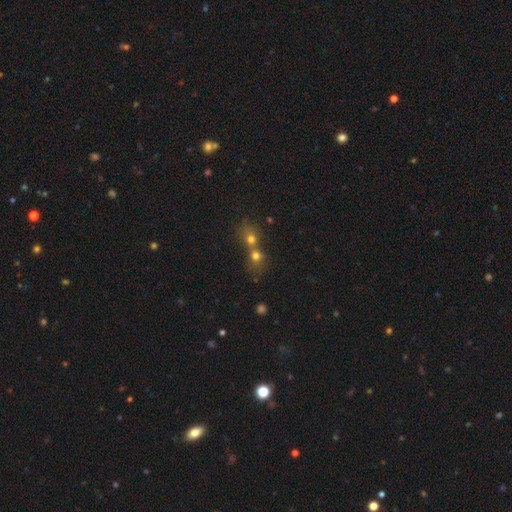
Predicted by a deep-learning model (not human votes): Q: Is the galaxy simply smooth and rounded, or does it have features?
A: smooth — 67%.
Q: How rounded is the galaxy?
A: round — 75%.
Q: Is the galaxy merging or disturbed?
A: merger — 69%.